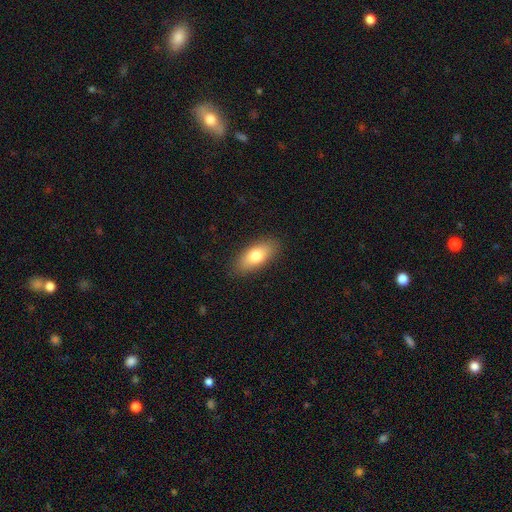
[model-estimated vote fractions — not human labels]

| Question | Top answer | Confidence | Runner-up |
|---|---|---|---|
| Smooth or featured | smooth | 77% | featured or disk (16%) |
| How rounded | in between | 82% | cigar-shaped (14%) |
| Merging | none | 87% | minor disturbance (9%) |